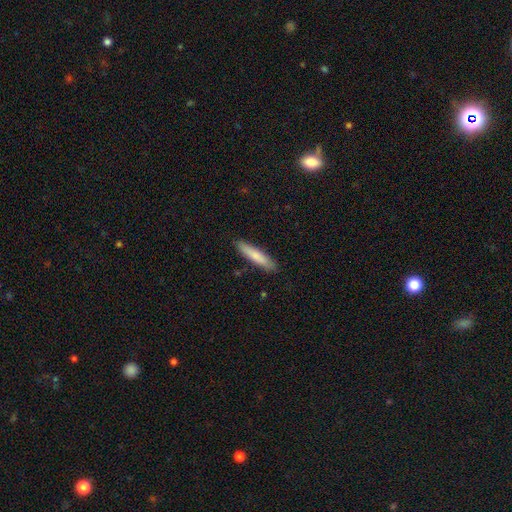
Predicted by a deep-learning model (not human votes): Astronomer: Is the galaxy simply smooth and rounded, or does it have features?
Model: smooth — 78%.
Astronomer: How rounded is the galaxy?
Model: cigar-shaped — 87%.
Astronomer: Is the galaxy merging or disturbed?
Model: none — 88%.